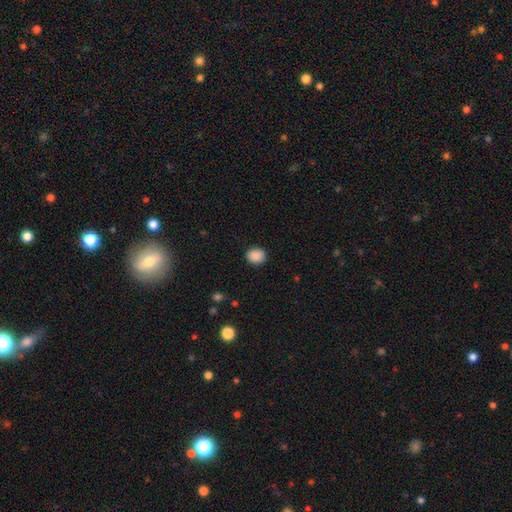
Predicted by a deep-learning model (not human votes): This appears to be a smooth galaxy with no disk features (89%) that is round (66%). Merging: none (89%).